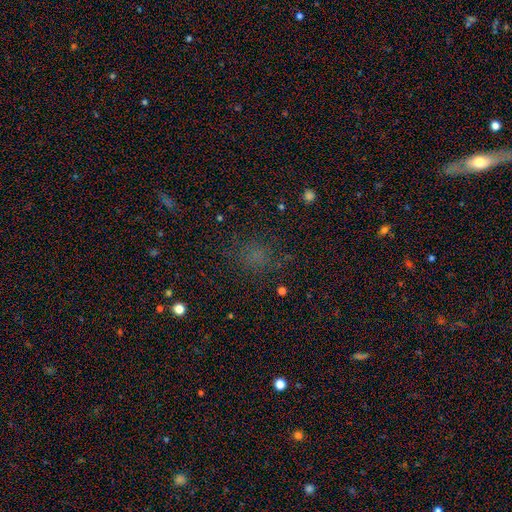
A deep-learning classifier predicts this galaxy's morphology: smooth_or_featured: smooth (p=0.60) [alt: star or artifact p=0.31]
how_rounded: round (p=0.70) [alt: in between p=0.28]
merging: none (p=0.72) [alt: minor disturbance p=0.16]